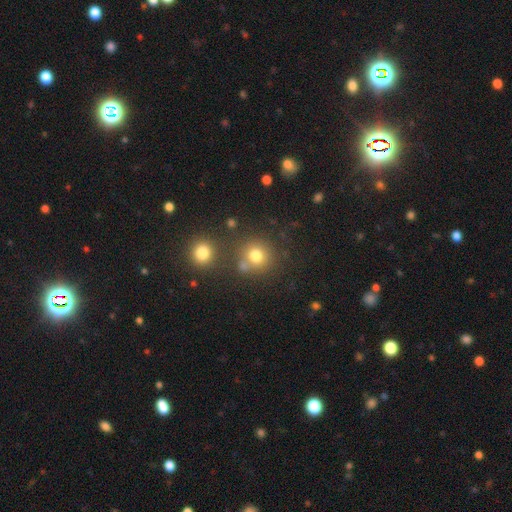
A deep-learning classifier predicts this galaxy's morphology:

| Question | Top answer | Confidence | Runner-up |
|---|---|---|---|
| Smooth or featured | smooth | 75% | star or artifact (16%) |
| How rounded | round | 89% | in between (10%) |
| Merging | none | 66% | merger (19%) |